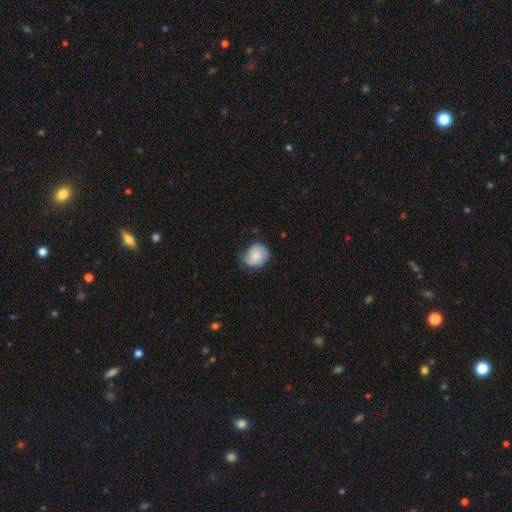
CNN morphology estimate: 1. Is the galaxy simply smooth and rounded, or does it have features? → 67% smooth, 25% featured or disk, 7% star or artifact.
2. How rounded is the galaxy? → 62% round, 37% in between, 1% cigar-shaped.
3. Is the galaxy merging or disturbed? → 60% none, 31% minor disturbance, 8% major disturbance, 1% merger.